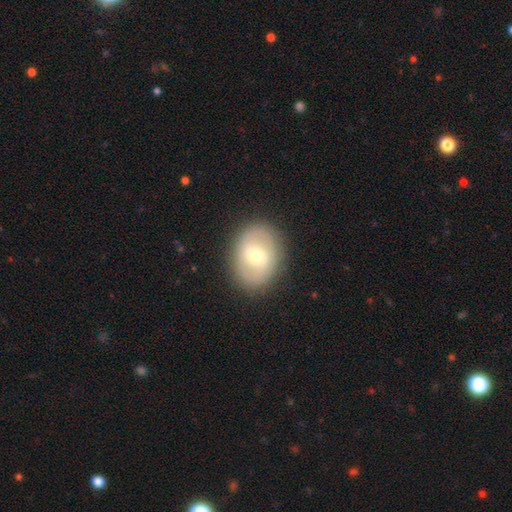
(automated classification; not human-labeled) smooth 47%, featured or disk 45%, star or artifact 8%. Down the decision tree: merging — none (86%).